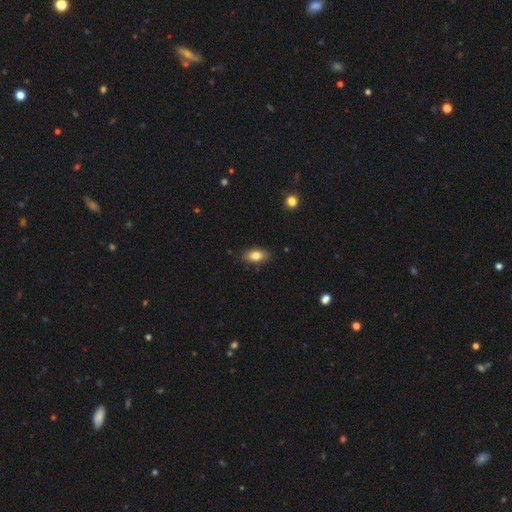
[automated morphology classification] Smooth or featured: smooth — 81% (featured or disk — 11%)
How rounded: in between — 89% (round — 6%)
Merging: none — 85% (minor disturbance — 12%)